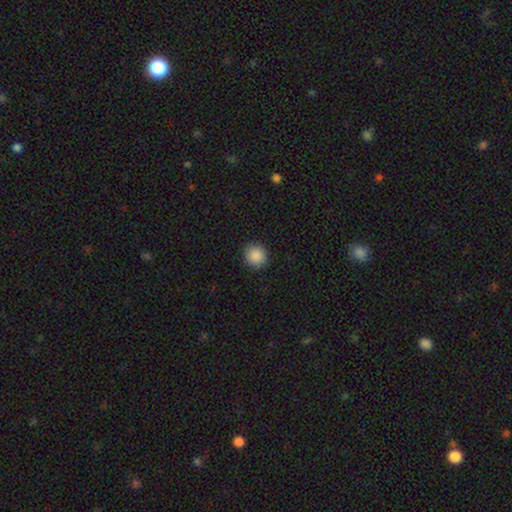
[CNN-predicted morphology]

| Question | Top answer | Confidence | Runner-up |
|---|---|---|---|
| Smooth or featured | smooth | 89% | star or artifact (8%) |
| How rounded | round | 94% | in between (5%) |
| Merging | none | 92% | minor disturbance (5%) |